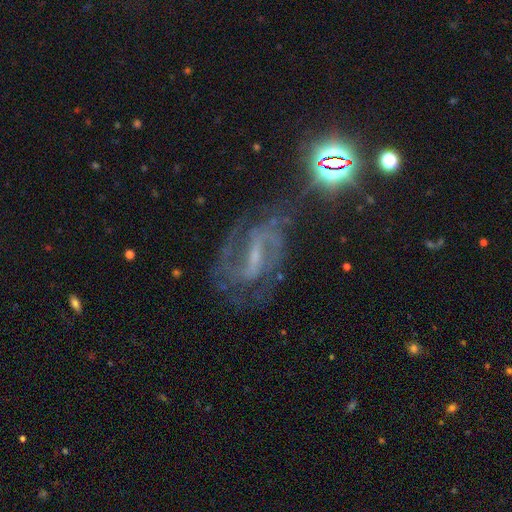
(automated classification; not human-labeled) smooth_or_featured: featured or disk (p=0.83) [alt: star or artifact p=0.11]
disk_edge_on: no (p=0.96) [alt: yes p=0.04]
bar: strong (p=0.46) [alt: weak p=0.42]
has_spiral_arms: yes (p=0.95) [alt: no p=0.05]
spiral_winding: medium (p=0.54) [alt: tight p=0.24]
spiral_arm_count: 2 (p=0.78) [alt: can't tell p=0.09]
bulge_size: small (p=0.59) [alt: none p=0.20]
merging: none (p=0.64) [alt: minor disturbance p=0.18]